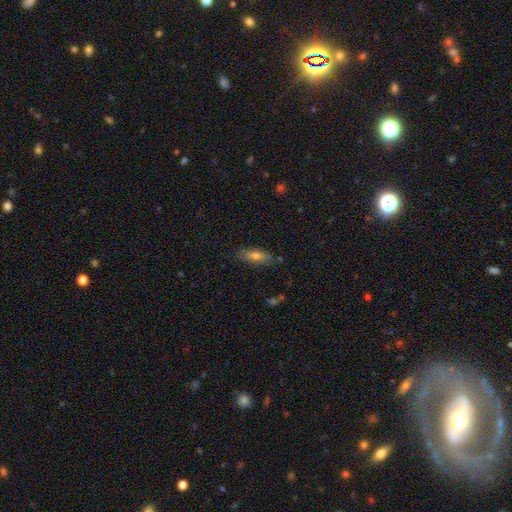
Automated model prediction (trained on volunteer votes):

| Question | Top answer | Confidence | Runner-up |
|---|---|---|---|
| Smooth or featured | smooth | 68% | featured or disk (24%) |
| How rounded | in between | 56% | cigar-shaped (42%) |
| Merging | none | 82% | minor disturbance (14%) |